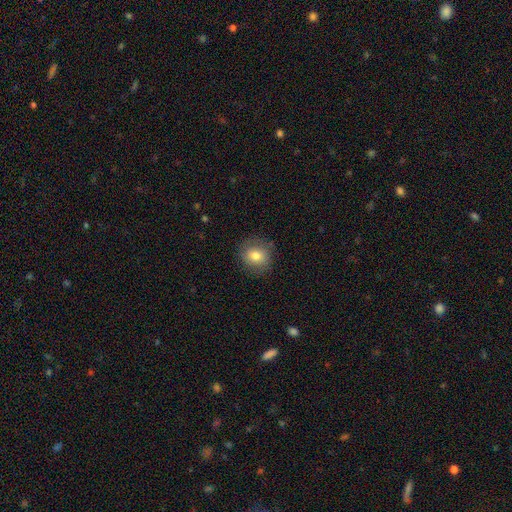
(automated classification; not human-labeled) Overall: smooth (77%). How rounded: round (80%). Merging: none (82%).